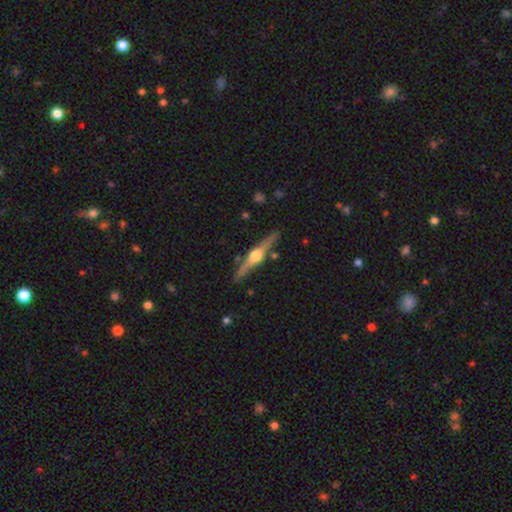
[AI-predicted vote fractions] A featured or disk galaxy (80%) viewed edge-on (98%) with a rounded central bulge (95%).

Vote fractions:
- Smooth or featured? featured or disk: 80% / smooth: 15% / star or artifact: 5%
- Edge-on disk? yes: 98% / no: 2%
- Edge-on bulge? rounded: 95% / boxy: 3% / none: 2%
- Merging? none: 87% / minor disturbance: 9% / merger: 3% / major disturbance: 2%